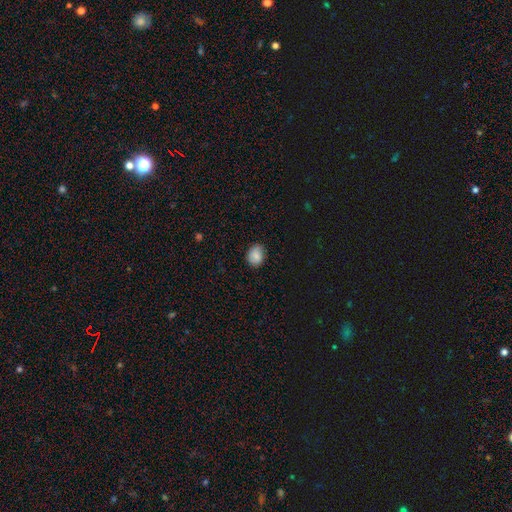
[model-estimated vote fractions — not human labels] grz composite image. It shows a smooth galaxy with no disk features (84%) that is round (50%). Merging: none (78%).